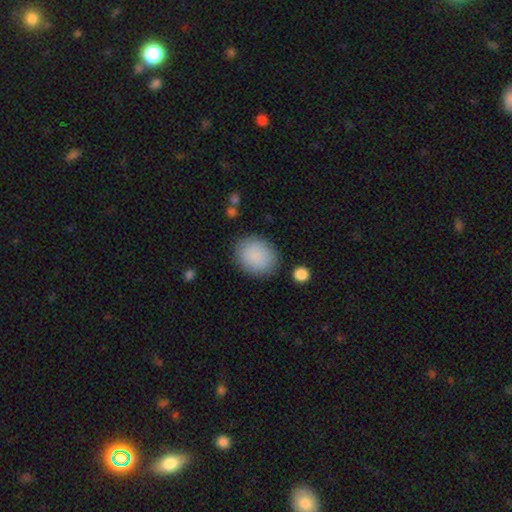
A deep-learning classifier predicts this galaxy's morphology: Smooth or featured? smooth (88%)
How rounded? round (54%)
Merging? none (84%)